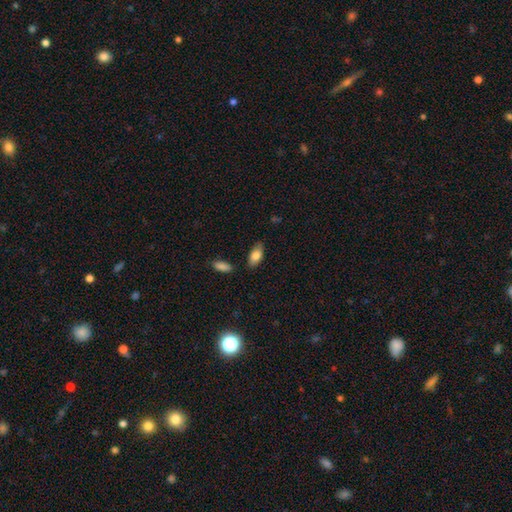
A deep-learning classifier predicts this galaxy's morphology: Smooth or featured? Predicted: smooth (p=0.81). How rounded? Predicted: in between (p=0.88). Merging? Predicted: none (p=0.80).